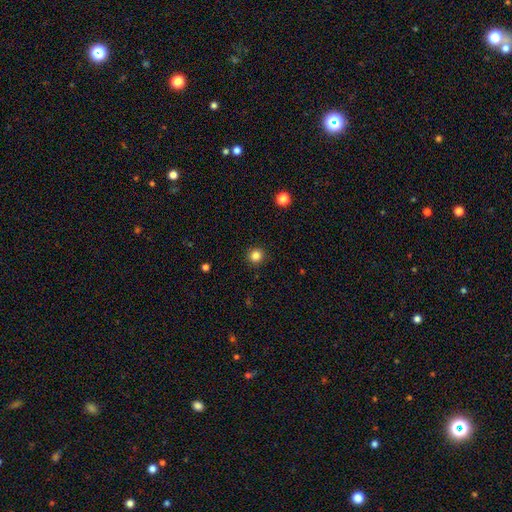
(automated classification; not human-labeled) Q: Smooth or featured?
A: smooth (84%); runner-up: star or artifact (12%)
Q: How rounded?
A: round (93%); runner-up: in between (6%)
Q: Merging?
A: none (92%); runner-up: minor disturbance (5%)